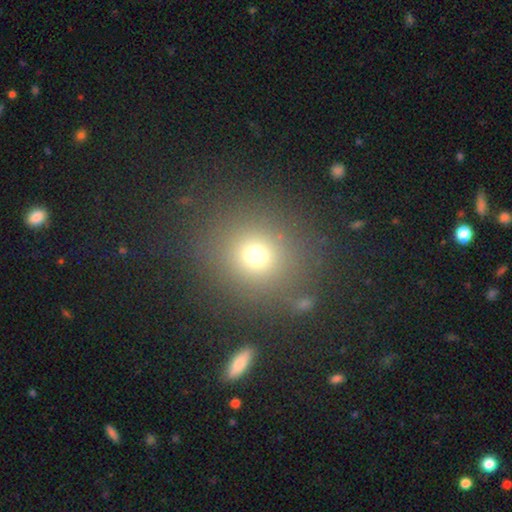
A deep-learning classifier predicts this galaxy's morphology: smooth 71%, star or artifact 19%, featured or disk 10%. Down the decision tree: how rounded — round (86%); merging — none (81%).